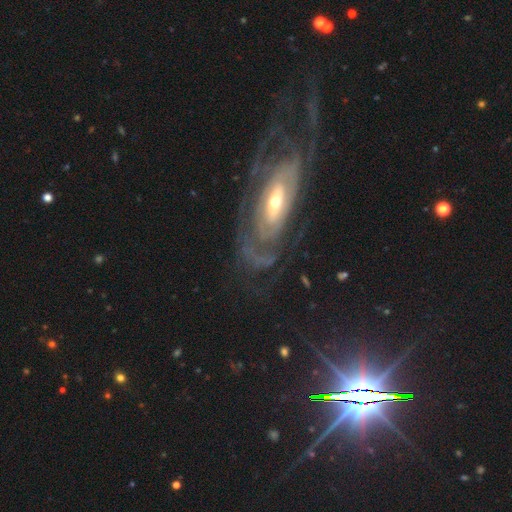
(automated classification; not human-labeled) featured or disk 81%, smooth 10%, star or artifact 9%. Down the decision tree: edge-on disk — no (88%); bar — no (52%); spiral arms — yes (84%); spiral arm count — can't tell (49%); spiral winding — tight (64%); bulge size — small (52%); merging — none (64%).